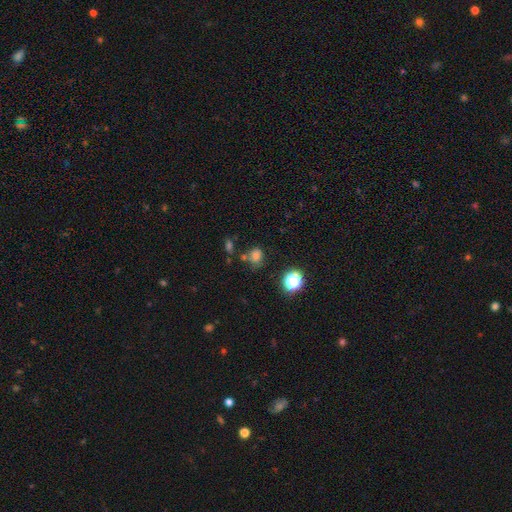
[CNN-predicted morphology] Q: Smooth or featured?
A: smooth (70%); runner-up: star or artifact (21%)
Q: How rounded?
A: round (60%); runner-up: in between (39%)
Q: Merging?
A: none (57%); runner-up: minor disturbance (20%)